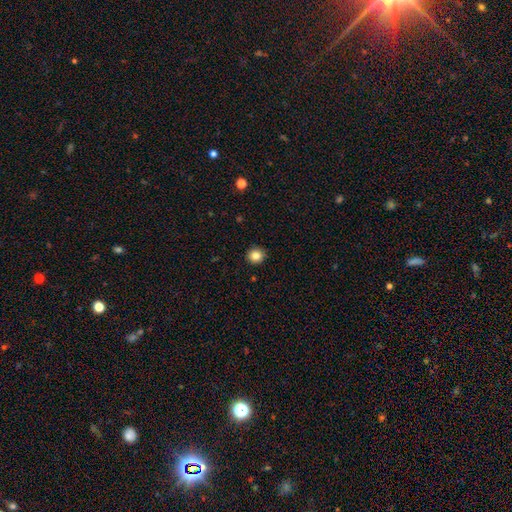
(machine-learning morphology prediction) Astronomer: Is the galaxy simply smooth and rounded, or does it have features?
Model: smooth — 84%.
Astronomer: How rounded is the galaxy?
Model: round — 93%.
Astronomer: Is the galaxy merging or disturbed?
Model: none — 92%.